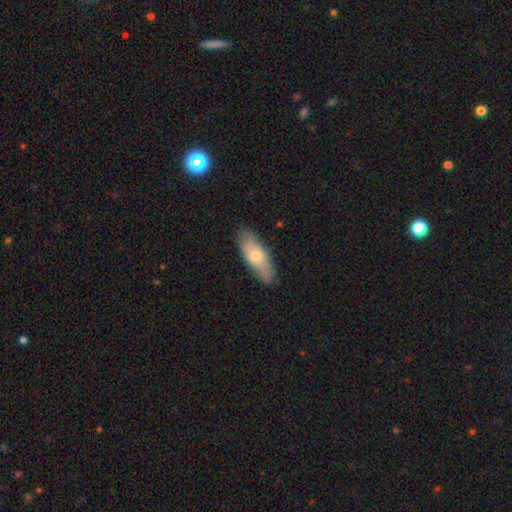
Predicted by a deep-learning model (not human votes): Q: Smooth or featured?
A: smooth (66%); runner-up: featured or disk (28%)
Q: How rounded?
A: in between (68%); runner-up: cigar-shaped (30%)
Q: Merging?
A: none (83%); runner-up: minor disturbance (14%)